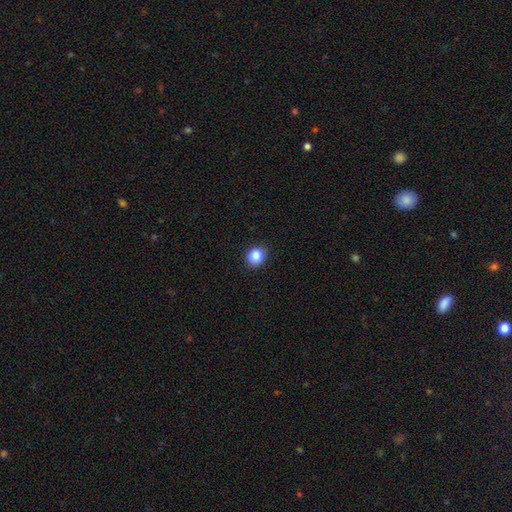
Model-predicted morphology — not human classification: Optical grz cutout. It shows a smooth galaxy with no disk features (85%) that is round (73%). Merging: none (88%).